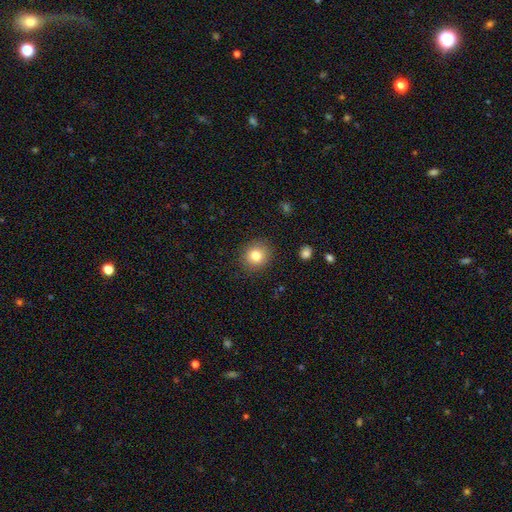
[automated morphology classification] The model was most divided on "how rounded": round: 84%, in between: 15%, cigar-shaped: 1%. More confident: merging — none (89%); smooth or featured — smooth (81%).